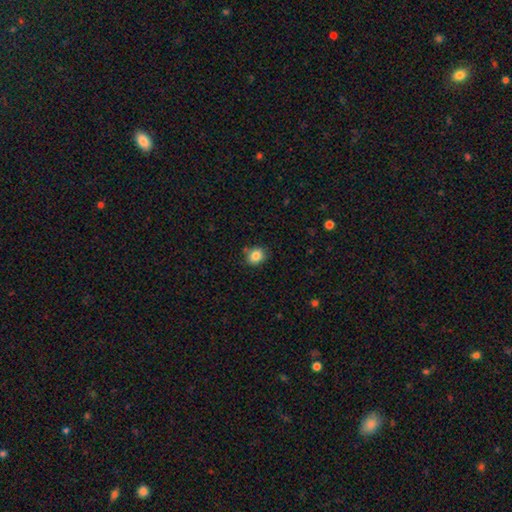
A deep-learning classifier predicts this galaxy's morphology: Smooth or featured?
  - smooth: 85% *
  - star or artifact: 10%
  - featured or disk: 5%
How rounded?
  - round: 66% *
  - in between: 33%
  - cigar-shaped: 1%
Merging?
  - none: 80% *
  - minor disturbance: 13%
  - merger: 4%
  - major disturbance: 3%